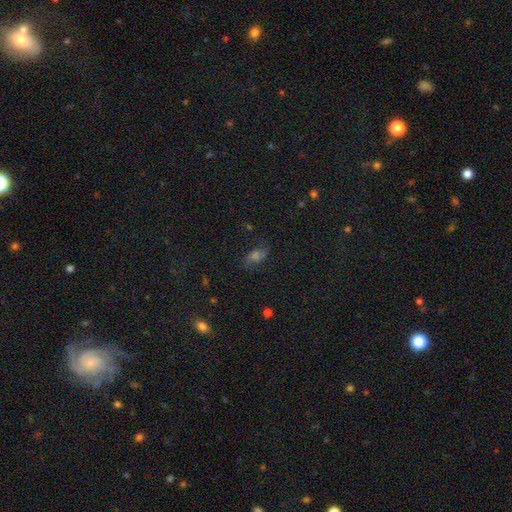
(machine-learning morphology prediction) type=smooth (38%); merging=none (69%).